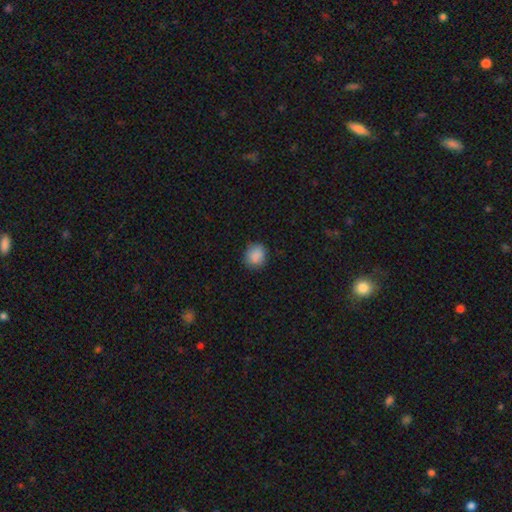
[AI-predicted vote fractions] smooth 88%, star or artifact 9%, featured or disk 4%. Down the decision tree: how rounded — round (70%); merging — none (83%).